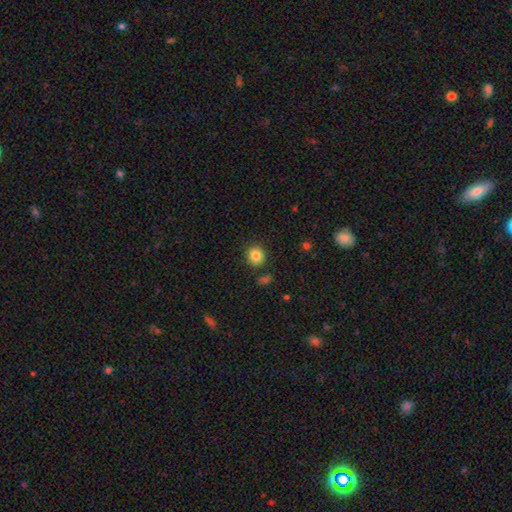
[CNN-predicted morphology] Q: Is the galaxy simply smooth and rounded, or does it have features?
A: smooth — 84%.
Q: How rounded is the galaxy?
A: round — 86%.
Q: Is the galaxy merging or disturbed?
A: none — 87%.